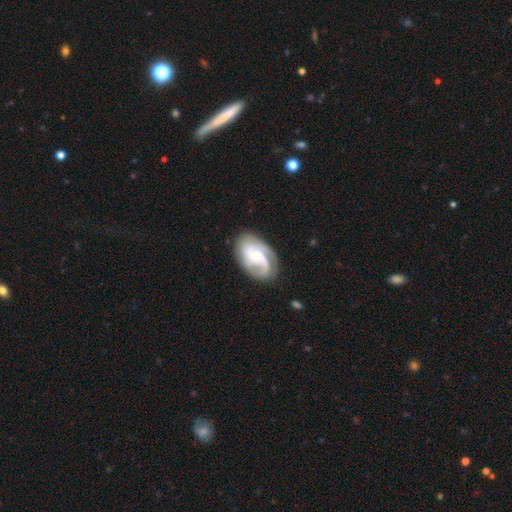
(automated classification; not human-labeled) This is clearly a featured or disk galaxy (81%). It is clearly not viewed edge-on (97%). Bar: possibly no (53%). Spiral arm pattern: clearly yes (96%). Spiral arm count: marginally 2 (43%). Spiral winding: possibly medium (46%). Central bulge: possibly small (57%). Merging: likely none (70%).